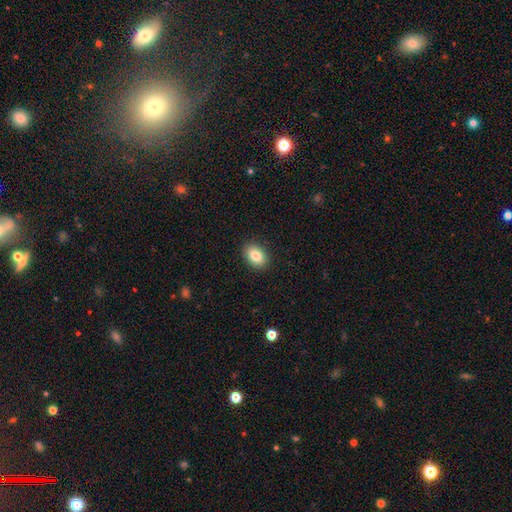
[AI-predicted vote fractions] The model was most divided on "how rounded": in between: 81%, round: 18%, cigar-shaped: 1%. More confident: merging — none (89%); smooth or featured — smooth (84%).